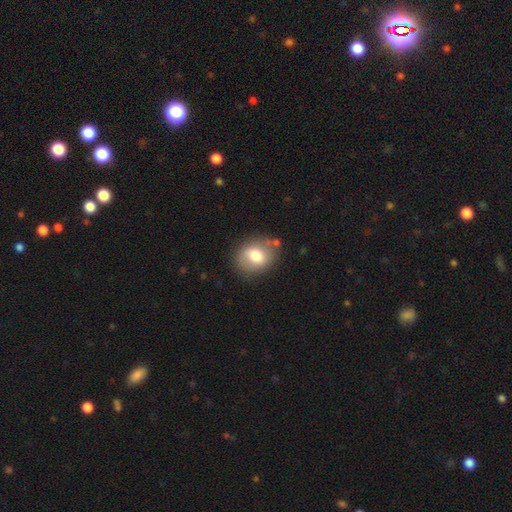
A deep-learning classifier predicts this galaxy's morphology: smooth 72%, featured or disk 20%, star or artifact 8%. Down the decision tree: how rounded — round (57%); merging — none (75%).